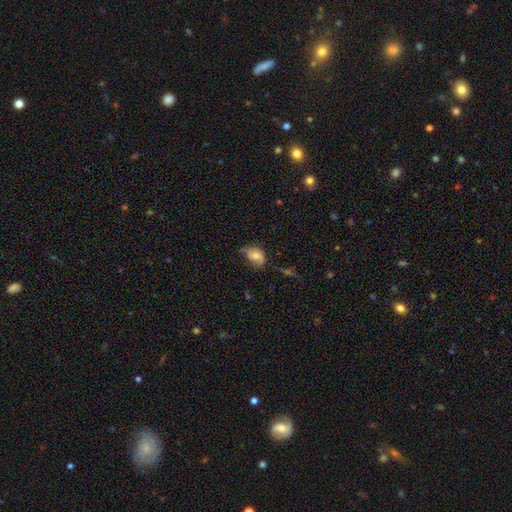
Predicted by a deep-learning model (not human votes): smooth 65%, featured or disk 26%, star or artifact 9%. Down the decision tree: how rounded — in between (77%); merging — none (39%, tied with minor disturbance).